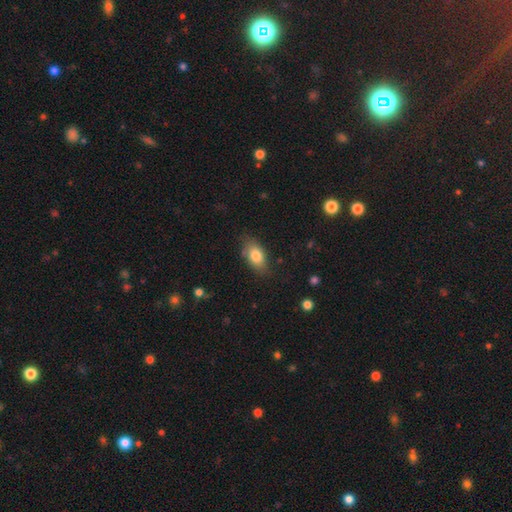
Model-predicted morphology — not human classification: This is clearly a smooth galaxy (80%). How rounded: clearly in between (88%). Merging: likely none (78%).